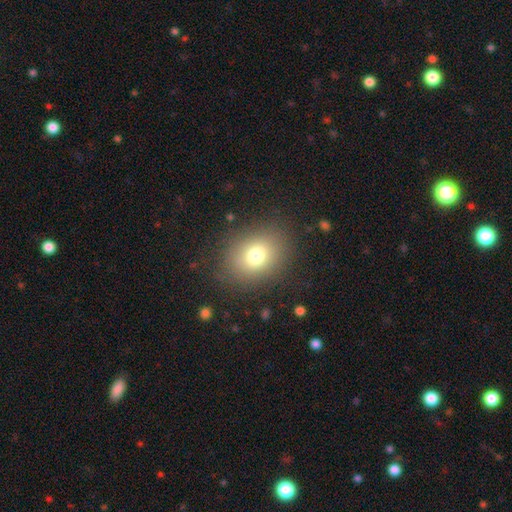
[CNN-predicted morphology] Smooth or featured?
  - smooth: 75% *
  - star or artifact: 13%
  - featured or disk: 12%
How rounded?
  - in between: 51% *
  - round: 48%
  - cigar-shaped: 1%
Merging?
  - none: 83% *
  - minor disturbance: 10%
  - major disturbance: 5%
  - merger: 1%